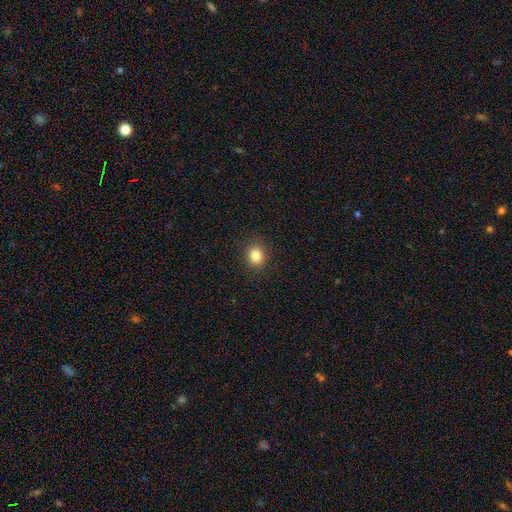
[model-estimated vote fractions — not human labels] smooth 83%, star or artifact 12%, featured or disk 5%. Down the decision tree: how rounded — round (80%); merging — none (90%).